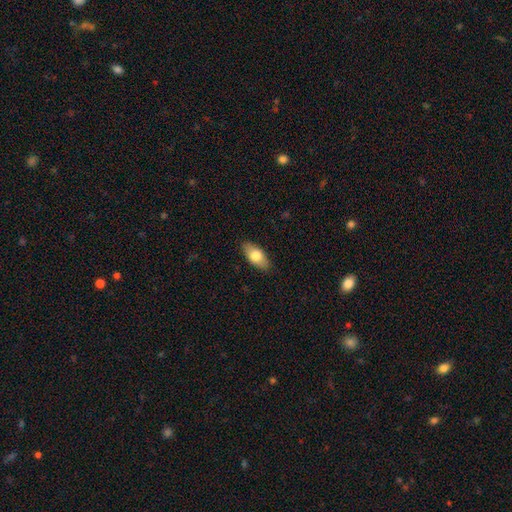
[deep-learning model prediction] Overall: smooth (75%). How rounded: in between (90%). Merging: none (87%).